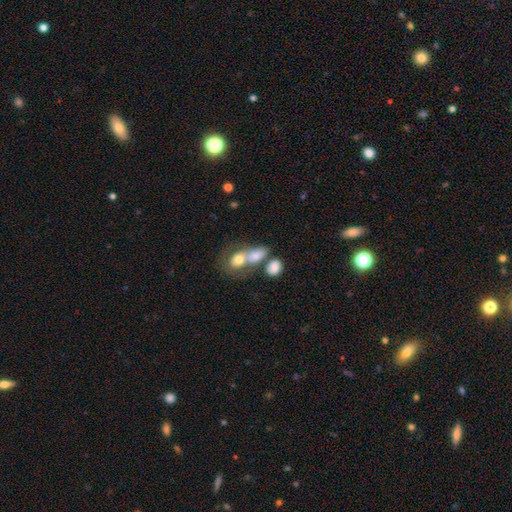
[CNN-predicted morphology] Smooth or featured: smooth — 75% (featured or disk — 16%)
How rounded: in between — 73% (round — 24%)
Merging: merger — 54% (none — 27%)